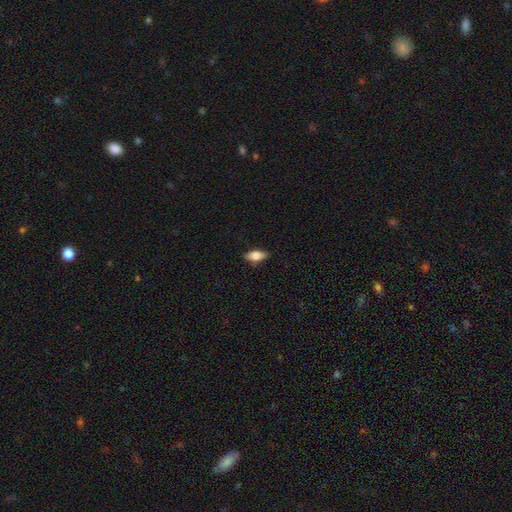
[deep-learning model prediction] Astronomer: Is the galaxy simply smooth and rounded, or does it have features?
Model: smooth — 73%.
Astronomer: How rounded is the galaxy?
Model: in between — 84%.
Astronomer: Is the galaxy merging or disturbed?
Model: none — 82%.